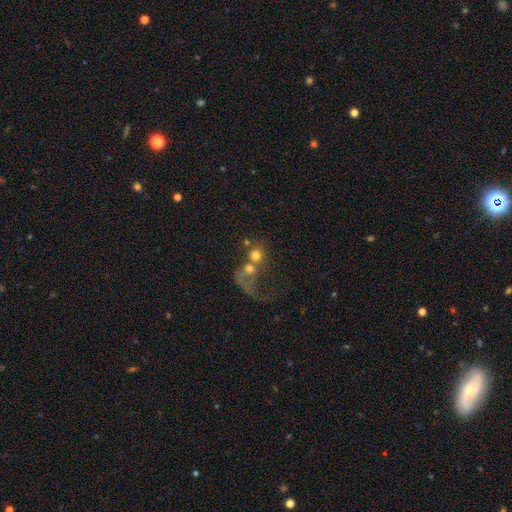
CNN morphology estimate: Smooth or featured? Predicted: smooth (p=0.59). How rounded? Predicted: round (p=0.82). Merging? Predicted: merger (p=0.57).